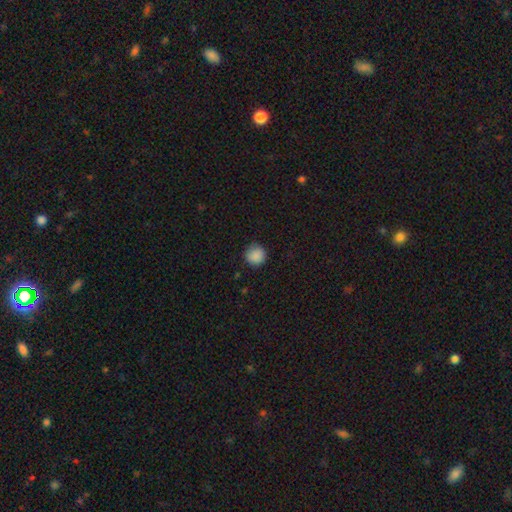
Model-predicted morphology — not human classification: This is clearly a smooth galaxy (88%). How rounded: clearly round (93%). Merging: clearly none (86%).